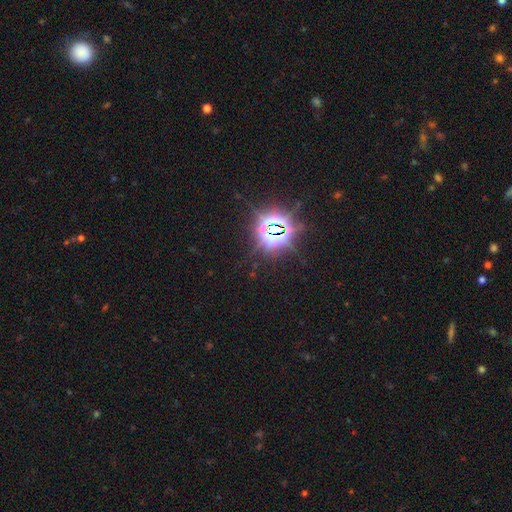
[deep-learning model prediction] Smooth or featured?
  - star or artifact: 84% *
  - smooth: 10%
  - featured or disk: 6%